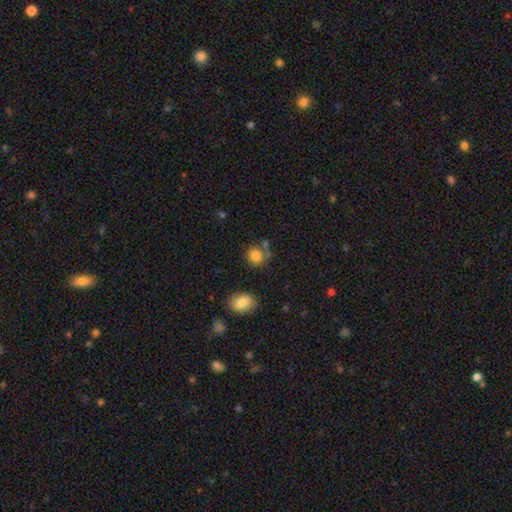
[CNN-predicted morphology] Smooth or featured? Predicted: smooth (p=0.83). How rounded? Predicted: round (p=0.77). Merging? Predicted: none (p=0.66).